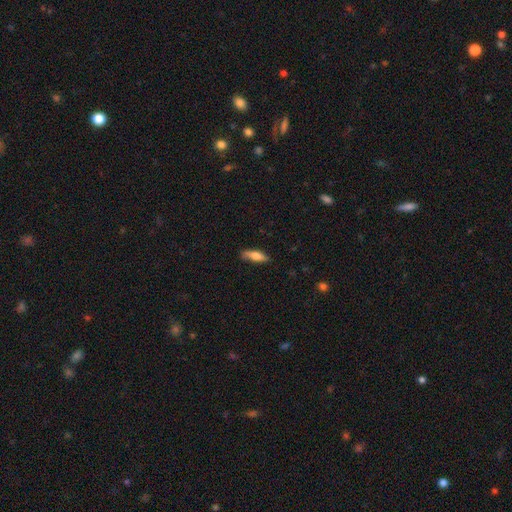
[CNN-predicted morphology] smooth 71%, featured or disk 23%, star or artifact 6%. Down the decision tree: how rounded — cigar-shaped (56%); merging — none (74%).